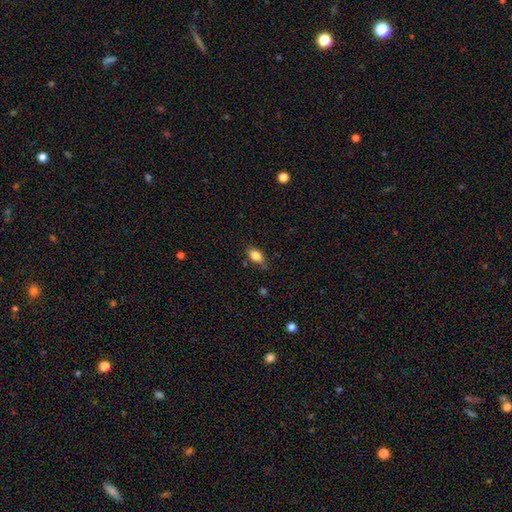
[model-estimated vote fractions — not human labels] smooth_or_featured: smooth (p=0.84) [alt: star or artifact p=0.08]
how_rounded: in between (p=0.88) [alt: round p=0.08]
merging: none (p=0.78) [alt: minor disturbance p=0.17]